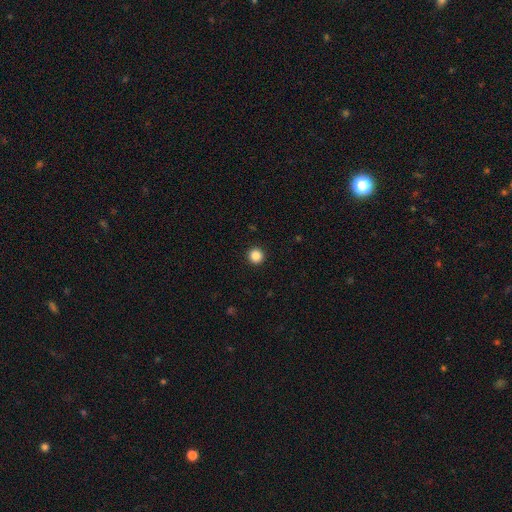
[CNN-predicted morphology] Overall: smooth (86%). How rounded: round (96%). Merging: none (93%).